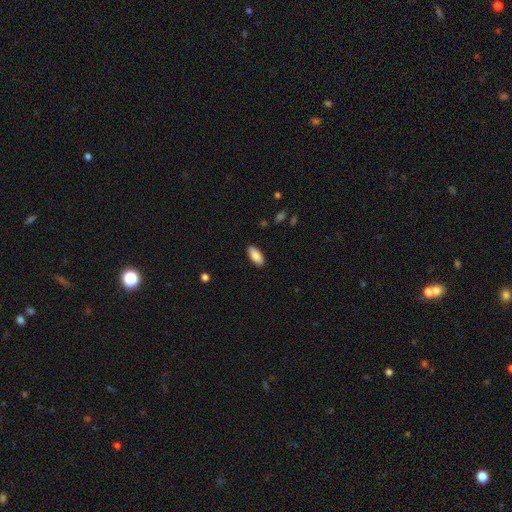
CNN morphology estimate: Overall: smooth (87%). How rounded: in between (88%). Merging: none (89%).